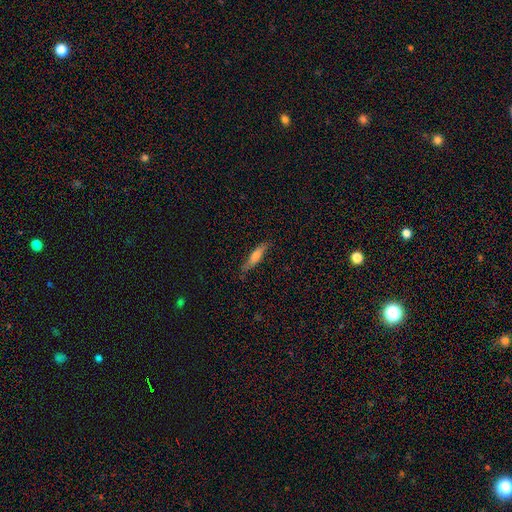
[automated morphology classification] Overall: smooth (53%; featured or disk 40%). How rounded: cigar-shaped (83%). Merging: none (80%).